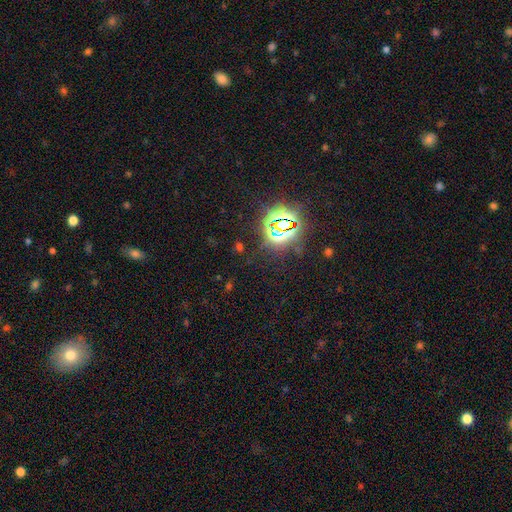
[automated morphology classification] star or artifact 80%, smooth 13%, featured or disk 7%.